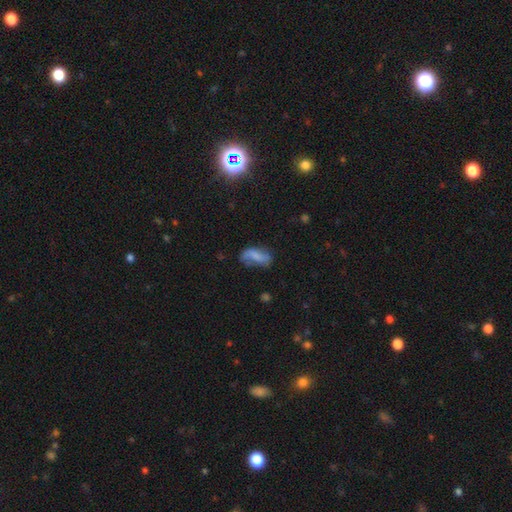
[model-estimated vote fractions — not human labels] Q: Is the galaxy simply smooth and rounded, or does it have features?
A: smooth — 57%.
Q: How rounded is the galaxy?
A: in between — 86%.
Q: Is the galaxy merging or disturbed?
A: none — 47%.